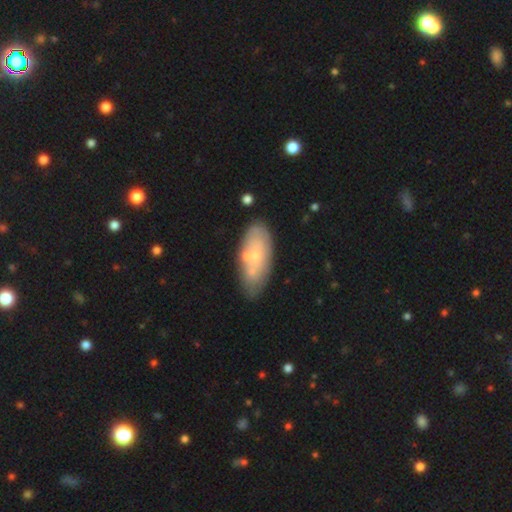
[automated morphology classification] Smooth or featured? Predicted: smooth (p=0.52). How rounded? Predicted: in between (p=0.82). Merging? Predicted: none (p=0.67).